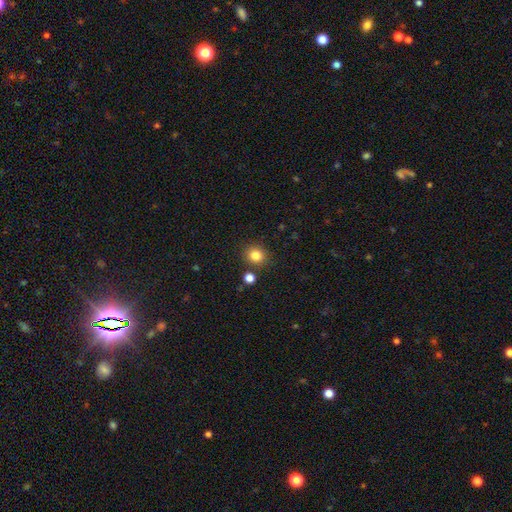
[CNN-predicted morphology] A smooth galaxy with no disk features (83%) that is round (82%).

Vote fractions:
- Smooth or featured? smooth: 83% / star or artifact: 12% / featured or disk: 5%
- How rounded? round: 82% / in between: 17% / cigar-shaped: 1%
- Merging? none: 83% / minor disturbance: 8% / merger: 6% / major disturbance: 3%